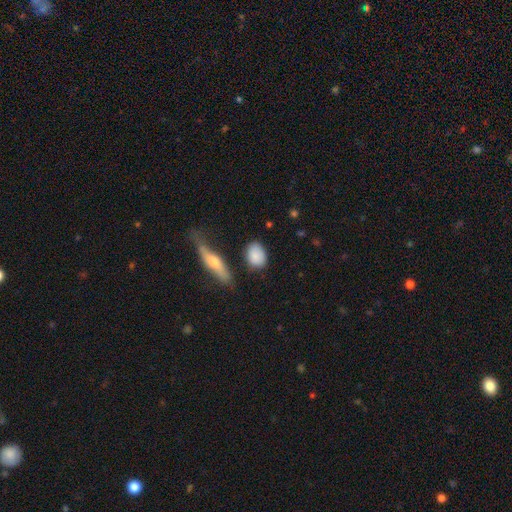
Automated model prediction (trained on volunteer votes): Morphology: type=smooth (84%); roundness=in between (66%); merging=none (75%).